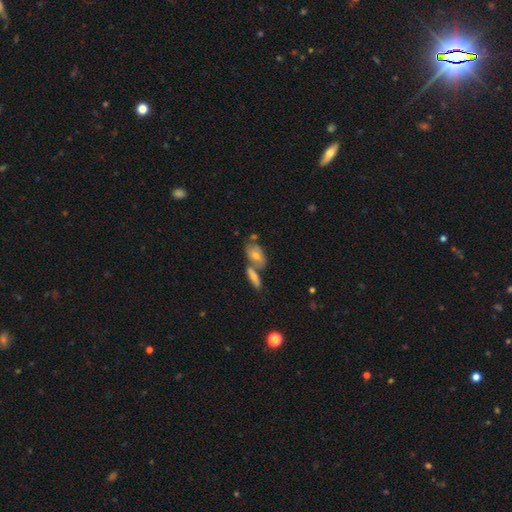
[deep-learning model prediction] Smooth or featured?
  - smooth: 46% *
  - featured or disk: 41%
  - star or artifact: 12%
Merging?
  - none: 44% *
  - merger: 39%
  - minor disturbance: 12%
  - major disturbance: 5%